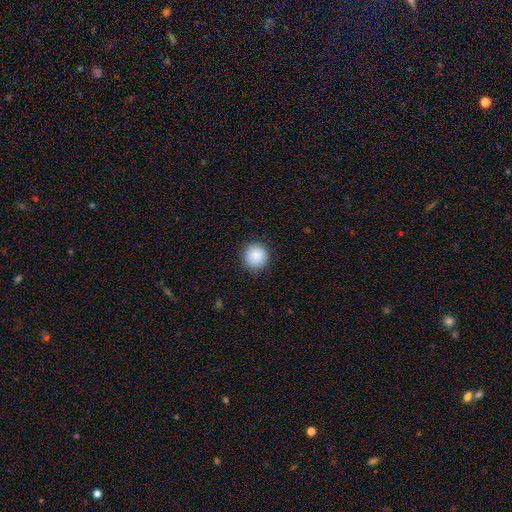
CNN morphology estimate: smooth_or_featured: smooth (p=0.87) [alt: star or artifact p=0.07]
how_rounded: round (p=0.93) [alt: in between p=0.06]
merging: none (p=0.88) [alt: minor disturbance p=0.09]